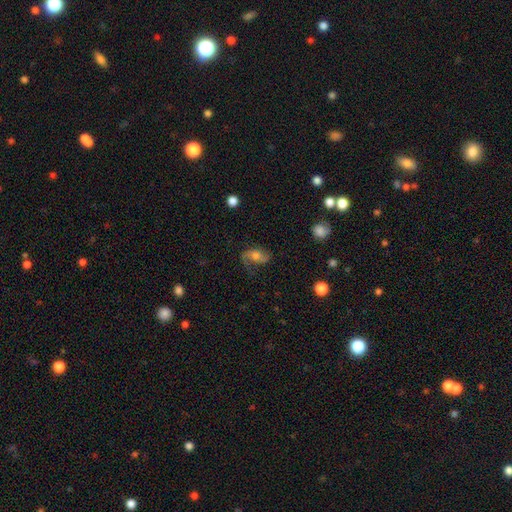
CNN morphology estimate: A featured or disk galaxy (66%) with no bar (61%), 2 (78%) loose (57%) spiral arms (91%) and a moderate central bulge (52%). Merging: none (58%).